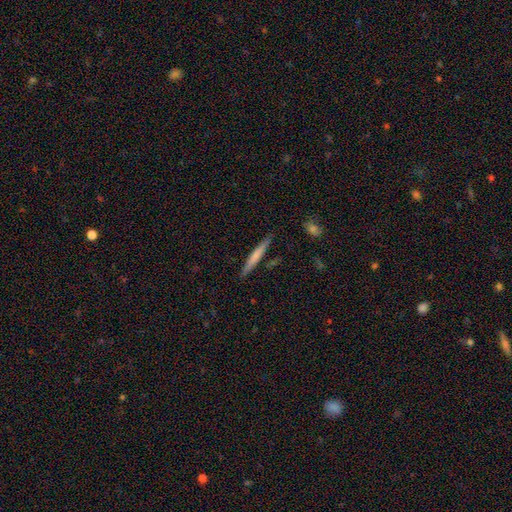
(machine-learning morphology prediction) Smooth or featured: smooth — 63% (featured or disk — 32%)
How rounded: cigar-shaped — 96% (in between — 3%)
Merging: none — 88% (minor disturbance — 8%)